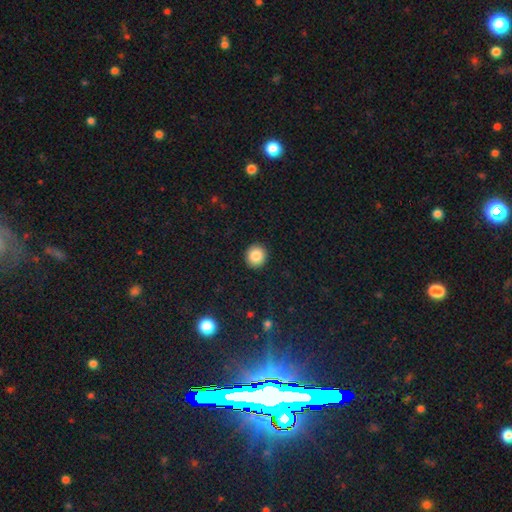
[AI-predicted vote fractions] smooth-or-featured: smooth: 87% | star or artifact: 9% | featured or disk: 4%
  how-rounded: round: 88% | in between: 11% | cigar-shaped: 1%
  merging: none: 92% | minor disturbance: 5% | major disturbance: 2% | merger: 1%